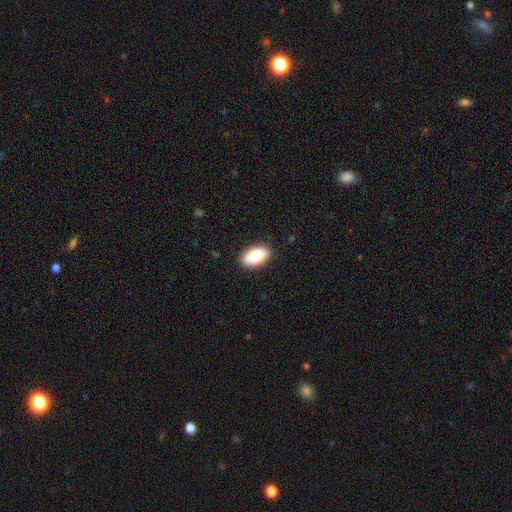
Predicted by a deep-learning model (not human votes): The model was most divided on "smooth or featured": smooth: 85%, featured or disk: 9%, star or artifact: 7%. More confident: how rounded — in between (94%); merging — none (88%).